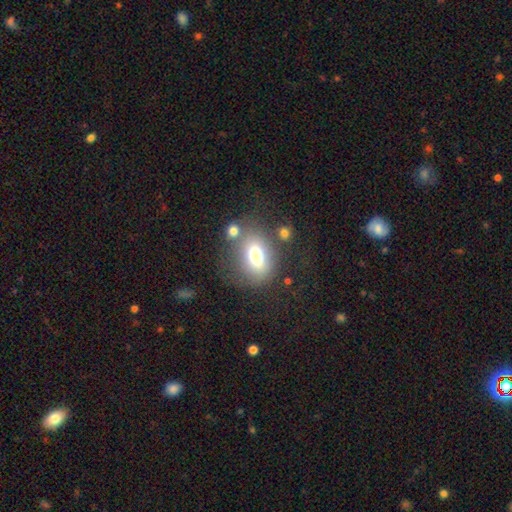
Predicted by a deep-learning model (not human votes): smooth-or-featured: smooth: 71% | featured or disk: 18% | star or artifact: 11%
  how-rounded: in between: 71% | round: 27% | cigar-shaped: 2%
  merging: none: 57% | merger: 17% | minor disturbance: 17% | major disturbance: 10%